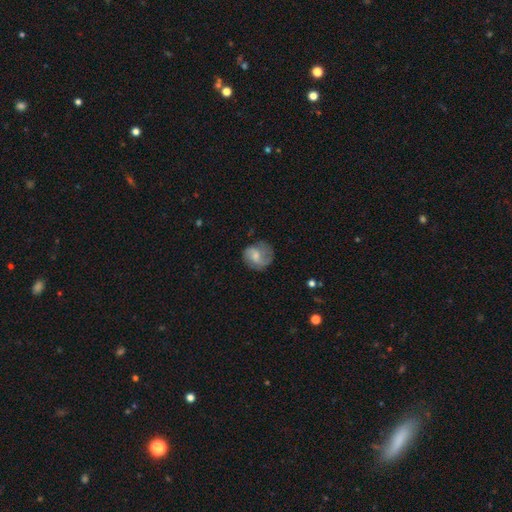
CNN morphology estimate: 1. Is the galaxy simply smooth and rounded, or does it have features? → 52% featured or disk, 41% smooth, 7% star or artifact.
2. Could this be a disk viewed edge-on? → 98% no, 2% yes.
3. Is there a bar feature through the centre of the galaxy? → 48% no, 43% weak, 10% strong.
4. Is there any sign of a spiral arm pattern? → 84% yes, 16% no.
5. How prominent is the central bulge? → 42% small, 41% moderate, 11% none, 5% large, 1% dominant.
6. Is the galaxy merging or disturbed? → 63% none, 24% minor disturbance, 12% major disturbance, 1% merger.